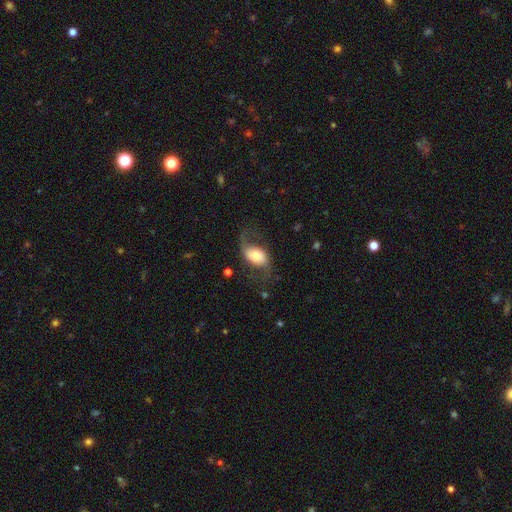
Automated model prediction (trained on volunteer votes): Overall: featured or disk (63%; smooth 29%). Edge-on disk: no (95%). Bar: no (50%; weak 32%). Spiral arms: yes (88%). Spiral arm count: 2 (90%). Spiral winding: loose (77%). Bulge size: moderate (49%; large 21%). Merging: none (59%; major disturbance 20%).